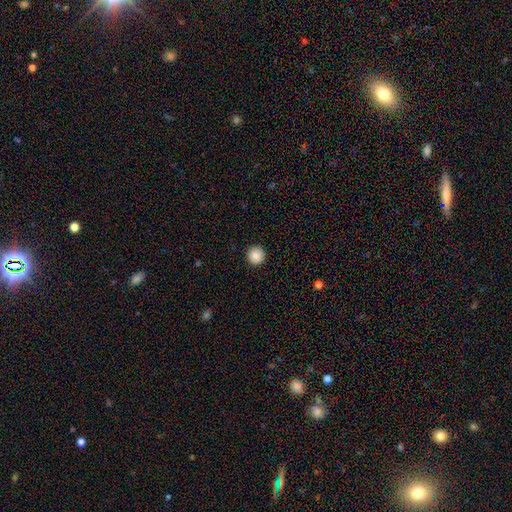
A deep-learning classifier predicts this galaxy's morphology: Smooth or featured? Predicted: smooth (p=0.87). How rounded? Predicted: round (p=0.95). Merging? Predicted: none (p=0.93).